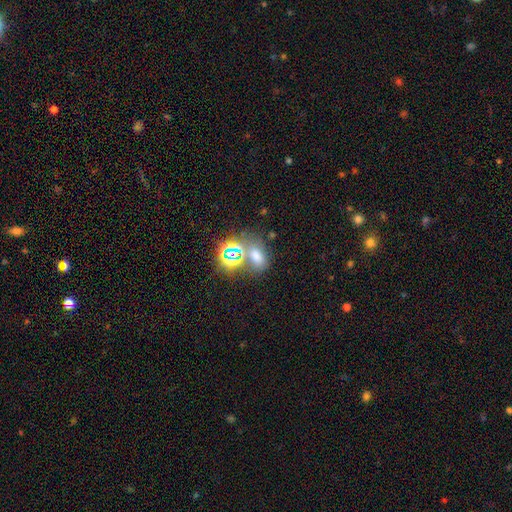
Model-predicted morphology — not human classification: Smooth or featured? Predicted: smooth (p=0.56). How rounded? Predicted: in between (p=0.76). Merging? Predicted: none (p=0.52).